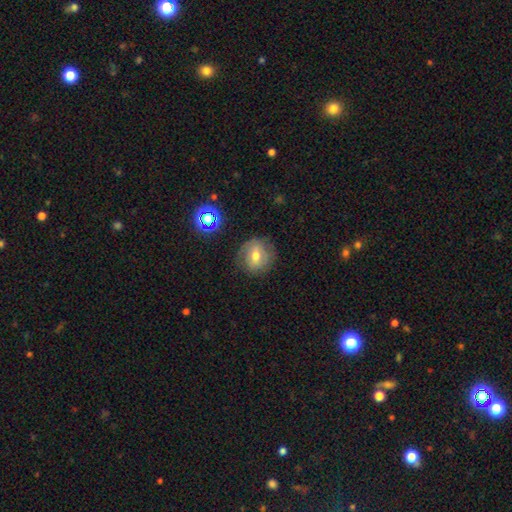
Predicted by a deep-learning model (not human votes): smooth-or-featured: smooth: 54% | featured or disk: 33% | star or artifact: 13%
  how-rounded: round: 80% | in between: 19% | cigar-shaped: 1%
  merging: none: 77% | minor disturbance: 16% | major disturbance: 6% | merger: 2%